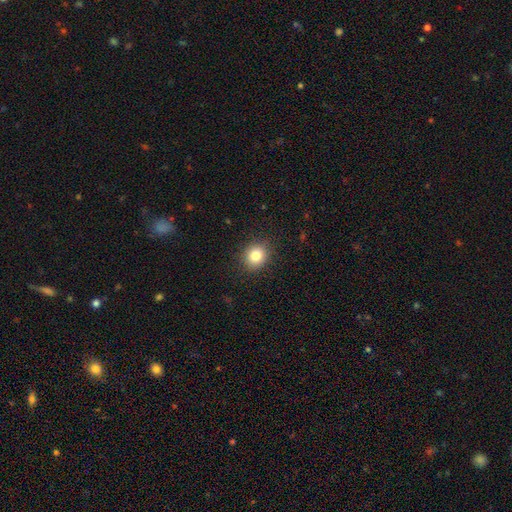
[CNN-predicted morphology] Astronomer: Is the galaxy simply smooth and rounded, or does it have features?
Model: smooth — 81%.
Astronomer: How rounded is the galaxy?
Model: round — 77%.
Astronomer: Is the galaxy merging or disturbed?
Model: none — 89%.